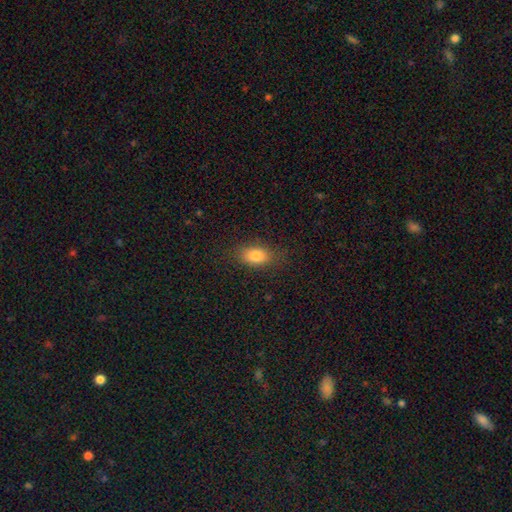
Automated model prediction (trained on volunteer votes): Q: Smooth or featured?
A: smooth (82%); runner-up: featured or disk (9%)
Q: How rounded?
A: in between (86%); runner-up: round (10%)
Q: Merging?
A: none (83%); runner-up: minor disturbance (12%)